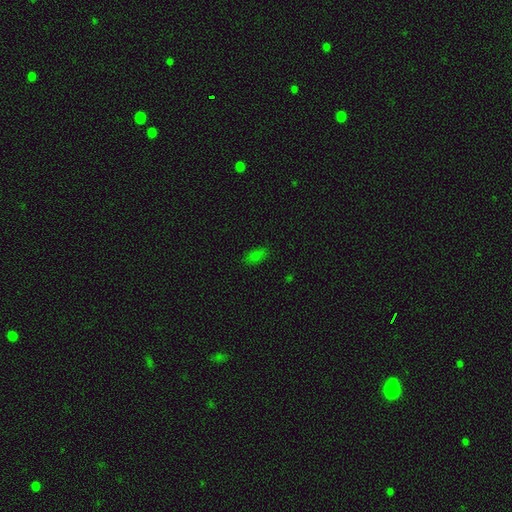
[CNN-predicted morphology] smooth_or_featured: smooth (p=0.78) [alt: star or artifact p=0.15]
how_rounded: in between (p=0.87) [alt: cigar-shaped p=0.08]
merging: none (p=0.83) [alt: minor disturbance p=0.12]